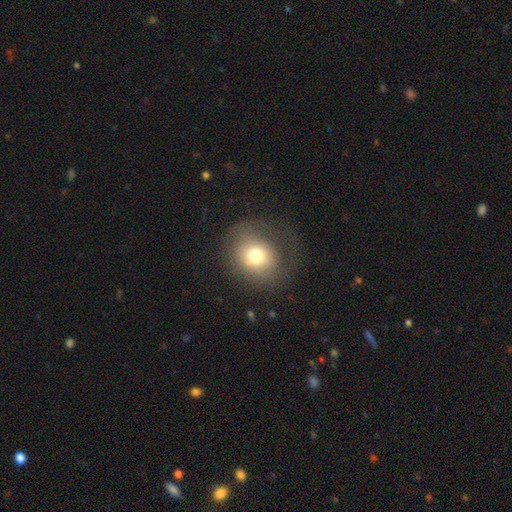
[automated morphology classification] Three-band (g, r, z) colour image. It shows a smooth galaxy with no disk features (70%) that is round (74%). Merging: none (57%).